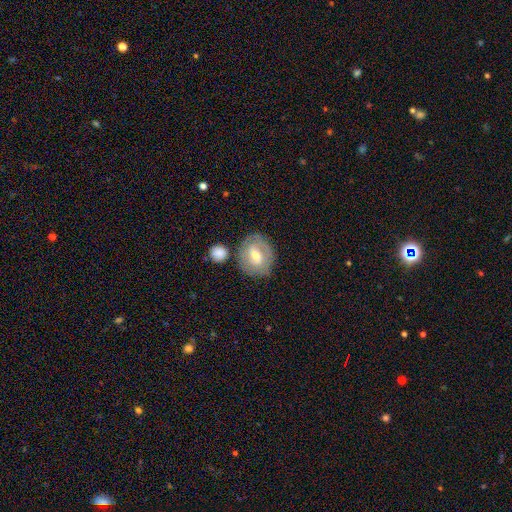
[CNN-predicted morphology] This appears to be a featured or disk galaxy (59%) with a weak bar (49%), spiral arms (61%) and a moderate central bulge (61%). Merging: none (70%).